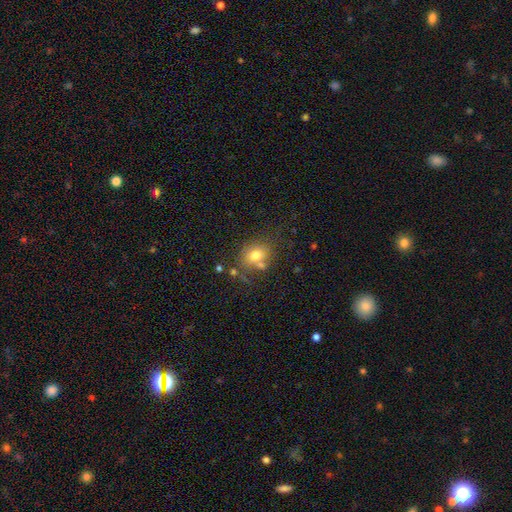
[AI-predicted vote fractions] The model was most divided on "how rounded": round: 53%, in between: 45%, cigar-shaped: 1%. More confident: smooth or featured — smooth (73%); merging — none (59%).